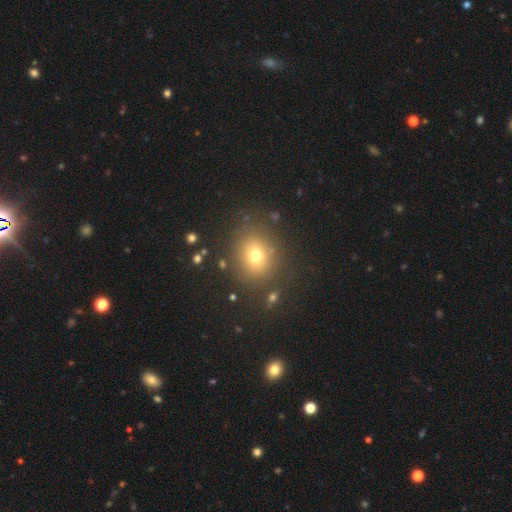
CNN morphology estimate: The model was most divided on "how rounded": round: 71%, in between: 28%, cigar-shaped: 1%. More confident: merging — none (83%); smooth or featured — smooth (72%).